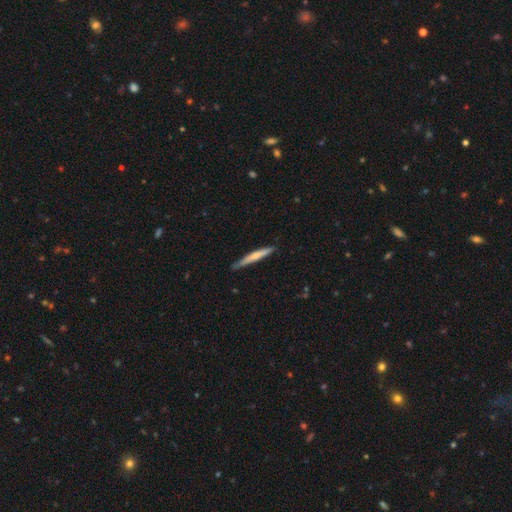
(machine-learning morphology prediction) smooth-or-featured: smooth: 57% | featured or disk: 38% | star or artifact: 5%
  how-rounded: cigar-shaped: 95% | in between: 3% | round: 1%
  merging: none: 80% | minor disturbance: 16% | major disturbance: 2% | merger: 1%